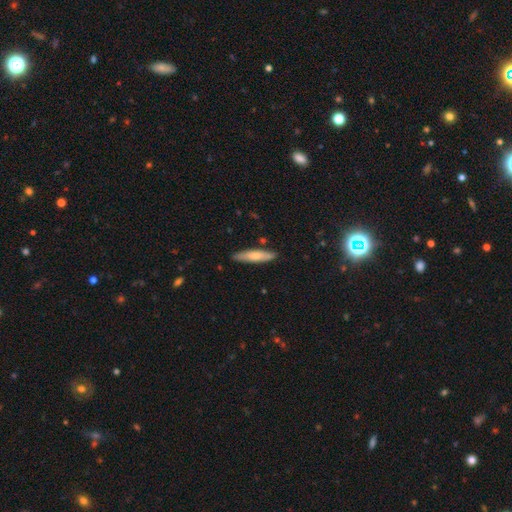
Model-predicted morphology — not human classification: The model was most divided on "smooth or featured": smooth: 70%, featured or disk: 25%, star or artifact: 5%. More confident: merging — none (85%); how rounded — cigar-shaped (80%).